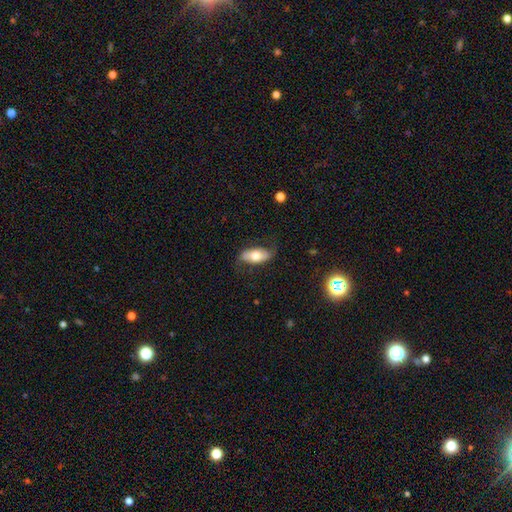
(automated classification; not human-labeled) A smooth galaxy with no disk features (59%) that is in between round and cigar-shaped (86%).

Vote fractions:
- Smooth or featured? smooth: 59% / featured or disk: 35% / star or artifact: 6%
- How rounded? in between: 86% / cigar-shaped: 10% / round: 4%
- Merging? none: 70% / minor disturbance: 20% / major disturbance: 8% / merger: 1%